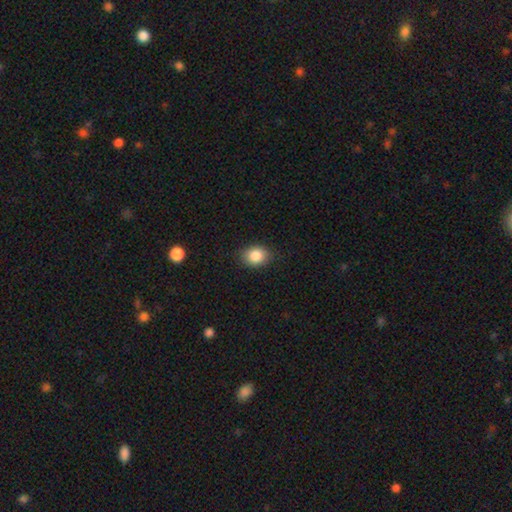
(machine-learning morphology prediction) A smooth galaxy with no disk features (86%) that is in between round and cigar-shaped (57%). Merging: none (85%).